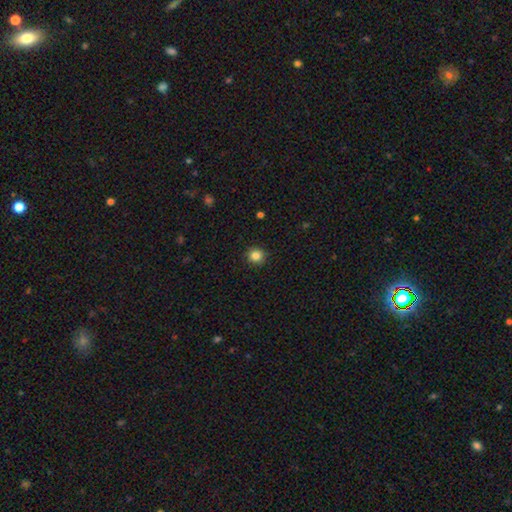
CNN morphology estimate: A smooth galaxy with no disk features (85%) that is round (92%).

Vote fractions:
- Smooth or featured? smooth: 85% / star or artifact: 11% / featured or disk: 4%
- How rounded? round: 92% / in between: 7% / cigar-shaped: 1%
- Merging? none: 91% / minor disturbance: 6% / major disturbance: 2% / merger: 1%